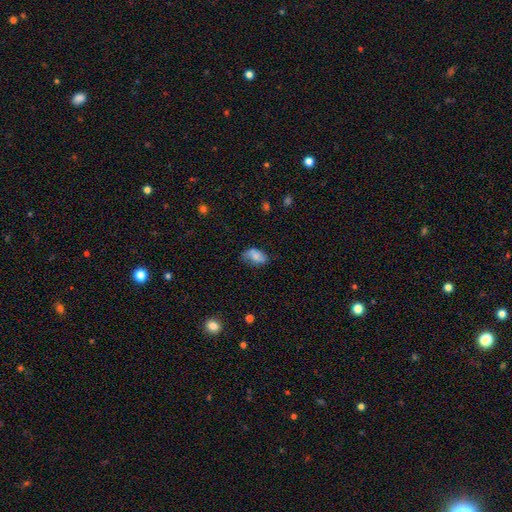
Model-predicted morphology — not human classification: A smooth galaxy with no disk features (74%) that is in between round and cigar-shaped (90%).

Vote fractions:
- Smooth or featured? smooth: 74% / featured or disk: 17% / star or artifact: 9%
- How rounded? in between: 90% / round: 8% / cigar-shaped: 2%
- Merging? none: 51% / minor disturbance: 32% / major disturbance: 11% / merger: 6%